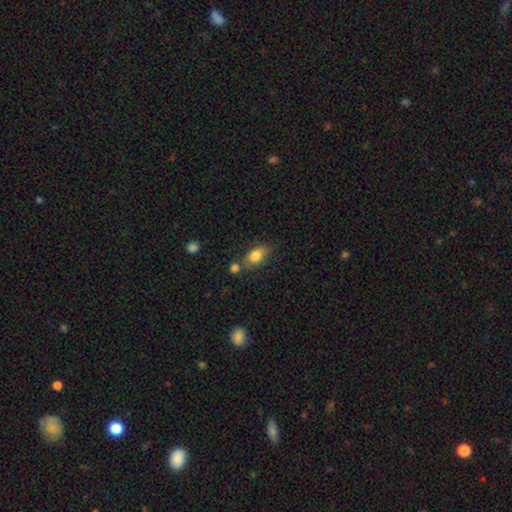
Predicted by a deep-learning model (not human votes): smooth-or-featured: smooth: 82% | featured or disk: 10% | star or artifact: 8%
  how-rounded: in between: 85% | round: 11% | cigar-shaped: 3%
  merging: none: 65% | minor disturbance: 16% | merger: 15% | major disturbance: 4%